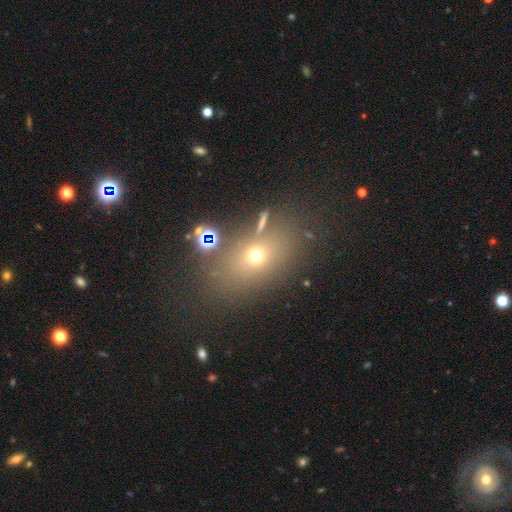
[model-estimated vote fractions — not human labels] Smooth or featured: smooth — 59% (star or artifact — 24%)
How rounded: in between — 62% (round — 34%)
Merging: none — 72% (minor disturbance — 13%)